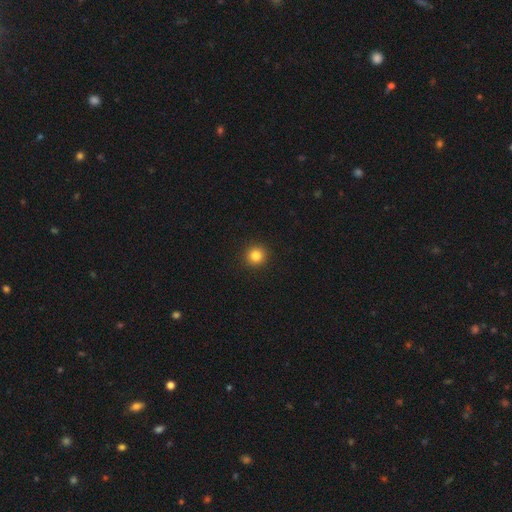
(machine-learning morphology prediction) smooth-or-featured: smooth: 84% | star or artifact: 12% | featured or disk: 5%
  how-rounded: round: 94% | in between: 5% | cigar-shaped: 1%
  merging: none: 93% | minor disturbance: 4% | major disturbance: 2% | merger: 1%